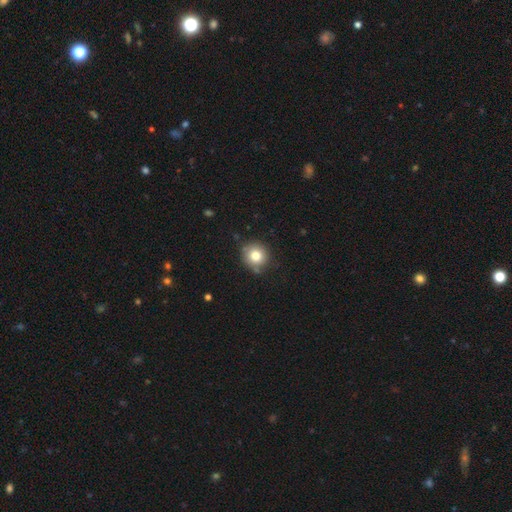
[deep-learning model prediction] Morphology: type=smooth (79%); roundness=round (92%); merging=none (81%).